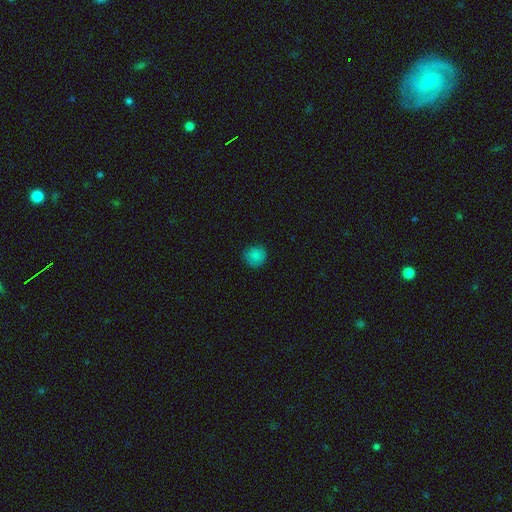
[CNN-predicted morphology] smooth_or_featured: smooth (p=0.84) [alt: star or artifact p=0.11]
how_rounded: round (p=0.91) [alt: in between p=0.08]
merging: none (p=0.84) [alt: minor disturbance p=0.13]